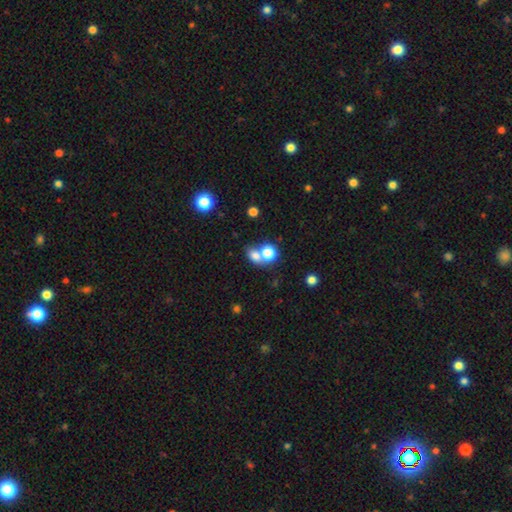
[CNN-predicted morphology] Smooth or featured? smooth (75%)
How rounded? round (52%)
Merging? merger (50%)